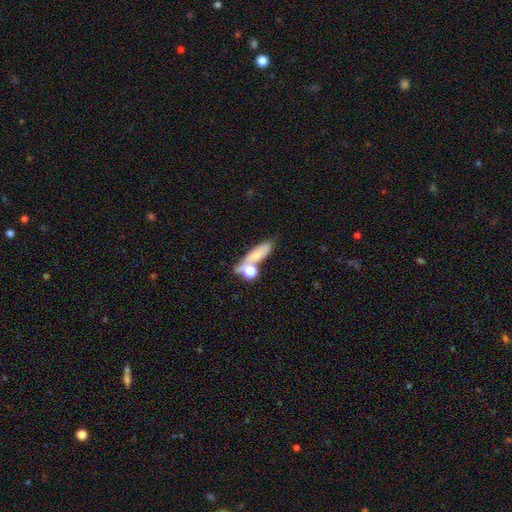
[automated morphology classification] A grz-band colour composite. It shows a smooth galaxy with no disk features (69%) that is cigar-shaped (43%). Merging: none (52%).